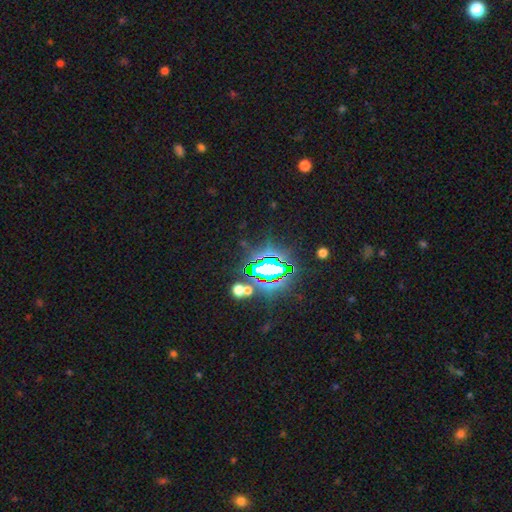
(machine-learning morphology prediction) Smooth or featured? star or artifact (82%)